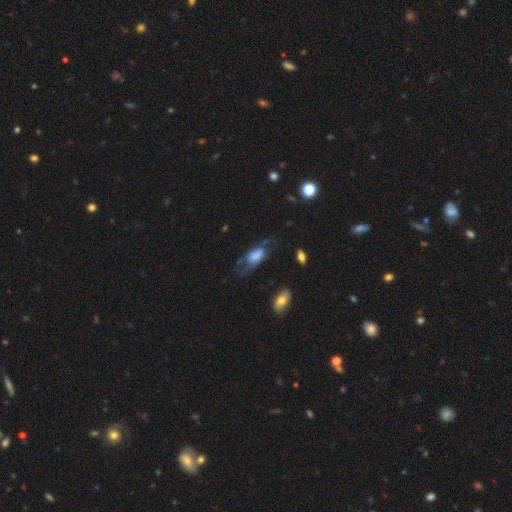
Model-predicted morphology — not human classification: smooth_or_featured: smooth (p=0.55) [alt: featured or disk p=0.35]
how_rounded: in between (p=0.86) [alt: cigar-shaped p=0.09]
merging: major disturbance (p=0.37) [alt: none p=0.34]